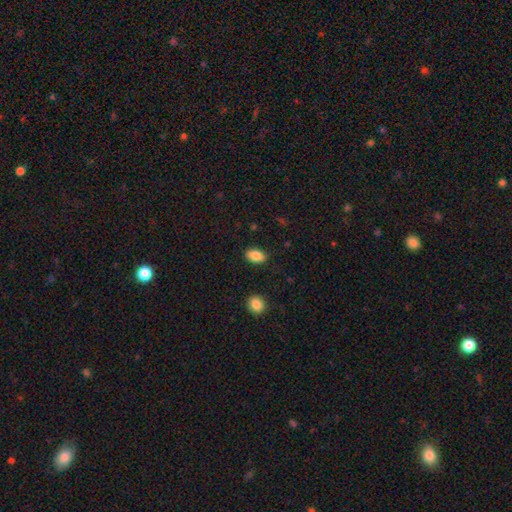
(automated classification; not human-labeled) Morphology: type=smooth (87%); roundness=in between (91%); merging=none (87%).